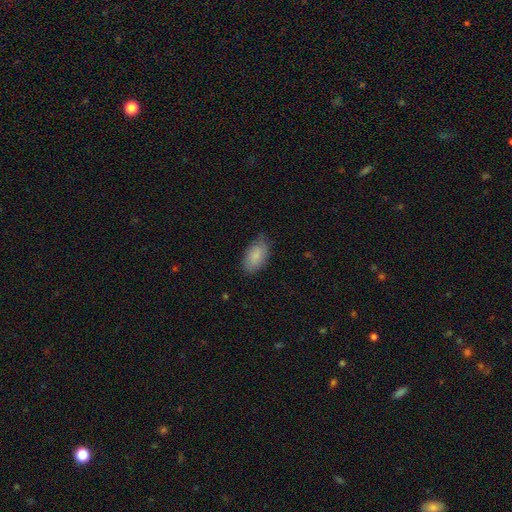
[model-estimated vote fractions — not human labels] This appears to be a smooth galaxy with no disk features (84%) that is in between round and cigar-shaped (94%). Merging: none (74%).